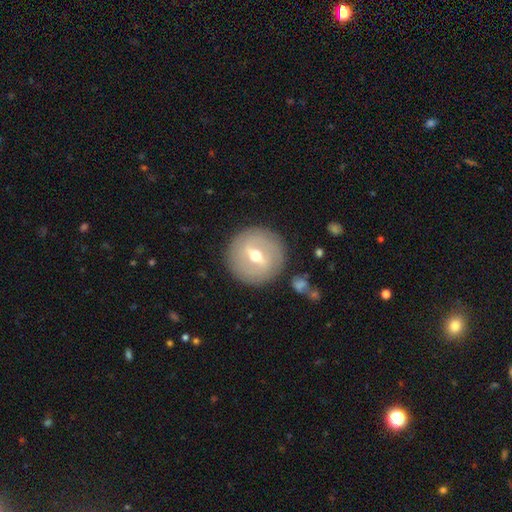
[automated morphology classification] Smooth or featured?
  - featured or disk: 59% *
  - smooth: 34%
  - star or artifact: 7%
Edge-on disk?
  - no: 89% *
  - yes: 11%
Bar?
  - weak: 51% *
  - strong: 35%
  - no: 14%
Spiral arms?
  - no: 65% *
  - yes: 35%
Bulge size?
  - moderate: 72% *
  - small: 20%
  - large: 6%
  - dominant: 1%
  - none: 1%
Merging?
  - none: 87% *
  - minor disturbance: 8%
  - major disturbance: 3%
  - merger: 2%